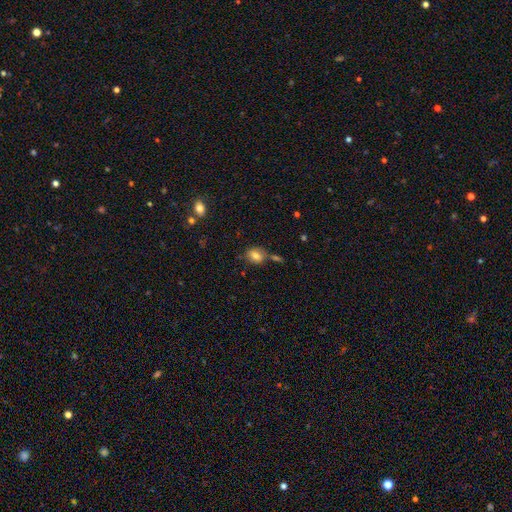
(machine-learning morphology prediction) This is likely a smooth galaxy (75%). How rounded: possibly in between (59%). Merging: likely none (63%).